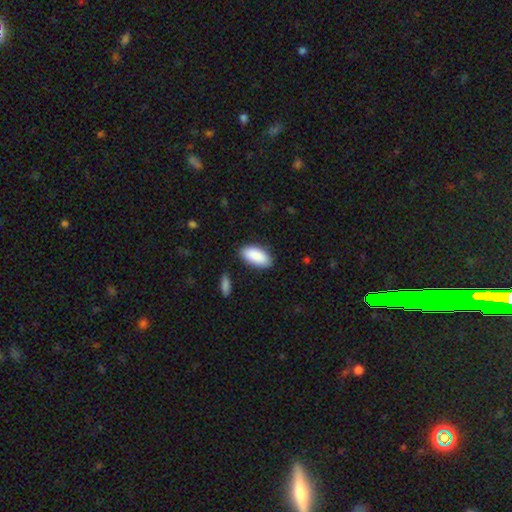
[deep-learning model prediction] smooth-or-featured: smooth: 90% | star or artifact: 6% | featured or disk: 4%
  how-rounded: in between: 92% | cigar-shaped: 6% | round: 2%
  merging: none: 86% | minor disturbance: 10% | major disturbance: 2% | merger: 2%